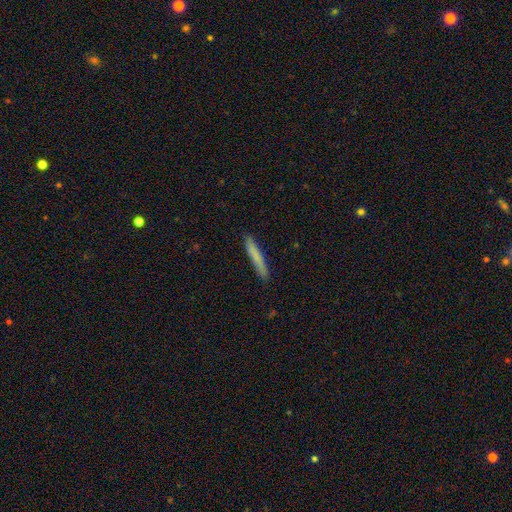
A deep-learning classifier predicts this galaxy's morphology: A smooth galaxy with no disk features (77%) that is cigar-shaped (95%).

Vote fractions:
- Smooth or featured? smooth: 77% / featured or disk: 17% / star or artifact: 6%
- How rounded? cigar-shaped: 95% / in between: 4% / round: 1%
- Merging? none: 90% / minor disturbance: 8% / major disturbance: 1% / merger: 1%